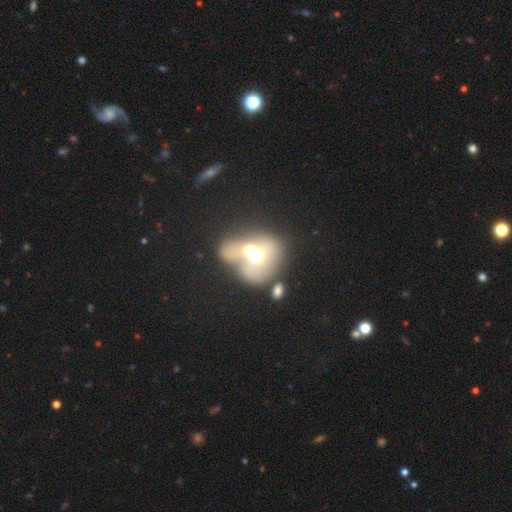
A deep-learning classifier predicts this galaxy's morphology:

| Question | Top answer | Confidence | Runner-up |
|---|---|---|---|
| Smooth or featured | smooth | 52% | featured or disk (37%) |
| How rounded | round | 57% | in between (41%) |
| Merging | merger | 73% | none (15%) |